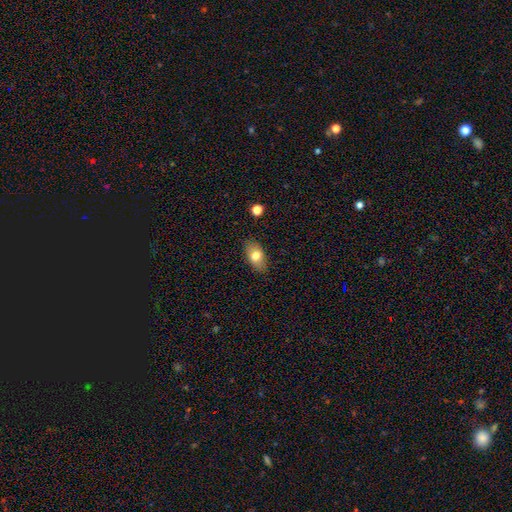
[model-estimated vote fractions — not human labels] Smooth or featured: smooth — 76% (featured or disk — 16%)
How rounded: in between — 89% (round — 7%)
Merging: none — 86% (minor disturbance — 11%)